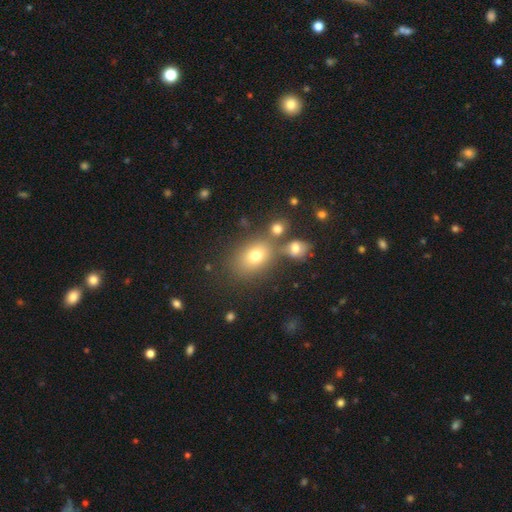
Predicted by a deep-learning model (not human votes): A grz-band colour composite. It shows a smooth galaxy with no disk features (72%) that is in between round and cigar-shaped (62%). Merging: none (60%).